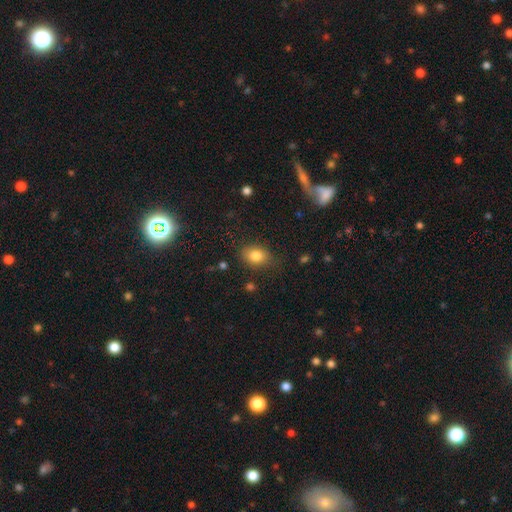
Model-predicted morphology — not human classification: This appears to be a smooth galaxy with no disk features (82%) that is in between round and cigar-shaped (71%). Merging: none (78%).